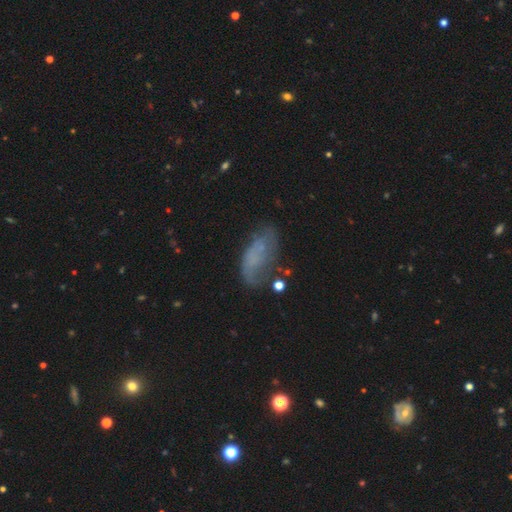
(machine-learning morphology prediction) A smooth galaxy with no disk features (45%). Merging: none (49%).